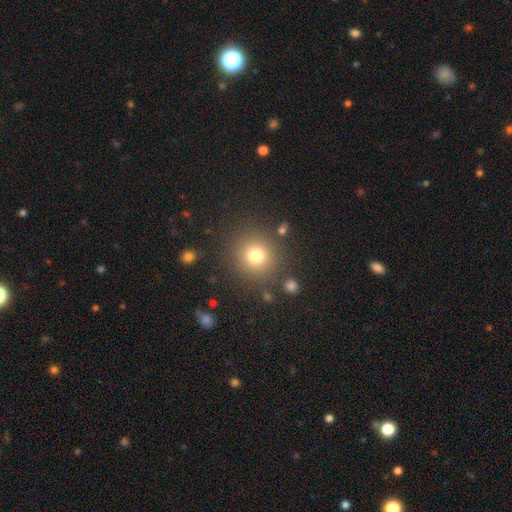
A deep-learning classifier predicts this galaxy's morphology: Smooth or featured?
  - smooth: 77% *
  - star or artifact: 15%
  - featured or disk: 9%
How rounded?
  - round: 93% *
  - in between: 7%
  - cigar-shaped: 1%
Merging?
  - none: 85% *
  - minor disturbance: 8%
  - major disturbance: 4%
  - merger: 3%